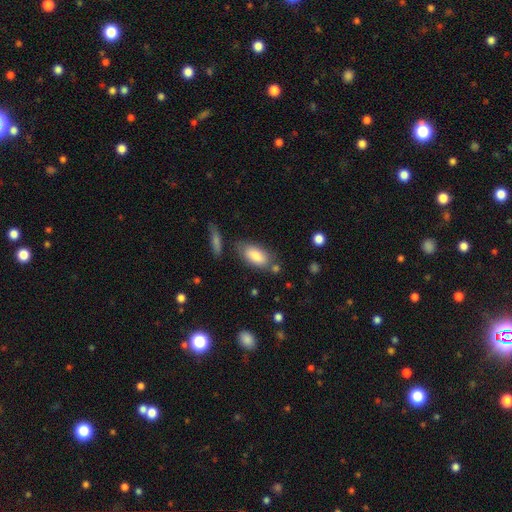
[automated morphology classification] A smooth galaxy with no disk features (83%) that is in between round and cigar-shaped (89%).

Vote fractions:
- Smooth or featured? smooth: 83% / featured or disk: 11% / star or artifact: 6%
- How rounded? in between: 89% / cigar-shaped: 8% / round: 3%
- Merging? none: 70% / minor disturbance: 16% / merger: 9% / major disturbance: 5%